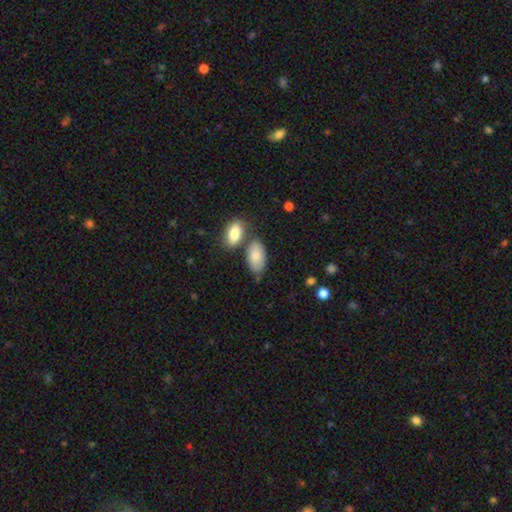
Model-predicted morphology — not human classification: The model was most divided on "merging": none: 59%, merger: 19%, minor disturbance: 17%, major disturbance: 5%. More confident: how rounded — in between (94%); smooth or featured — smooth (85%).